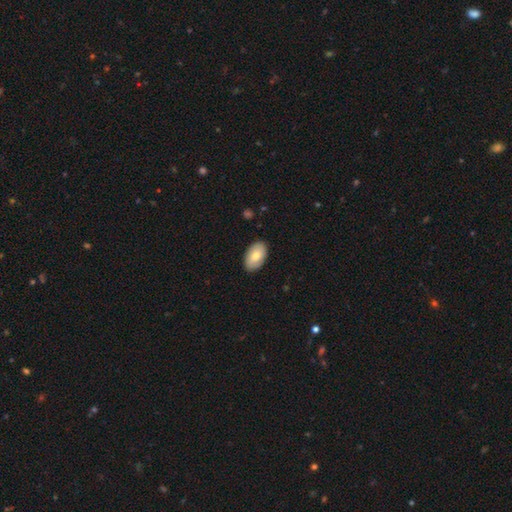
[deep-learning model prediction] Smooth or featured? Predicted: smooth (p=0.74). How rounded? Predicted: in between (p=0.94). Merging? Predicted: none (p=0.87).